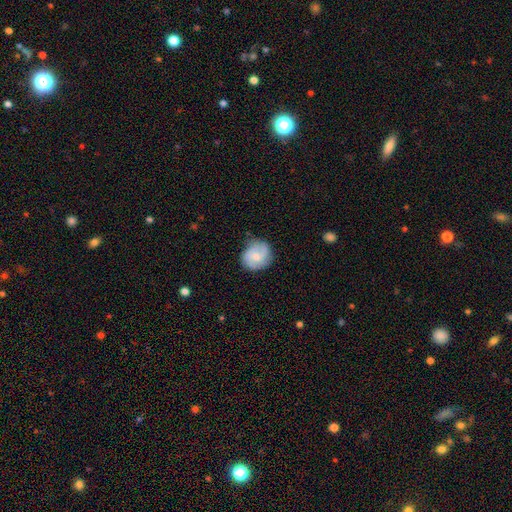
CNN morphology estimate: Smooth or featured: featured or disk — 47% (smooth — 46%)
Merging: none — 72% (minor disturbance — 21%)